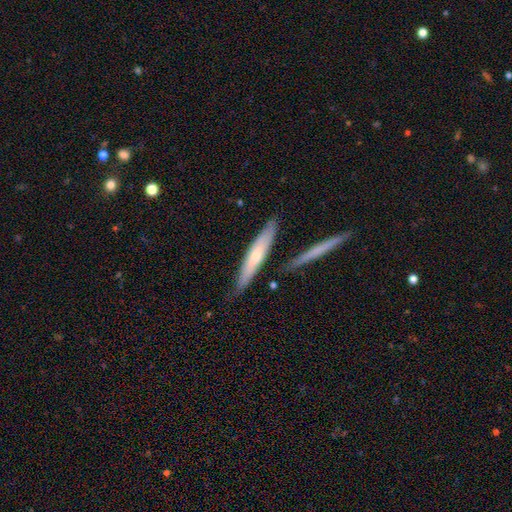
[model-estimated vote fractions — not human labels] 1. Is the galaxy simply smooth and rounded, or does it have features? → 54% smooth, 41% featured or disk, 5% star or artifact.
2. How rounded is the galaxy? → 87% cigar-shaped, 11% in between, 1% round.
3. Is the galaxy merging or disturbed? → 77% none, 13% minor disturbance, 7% merger, 3% major disturbance.